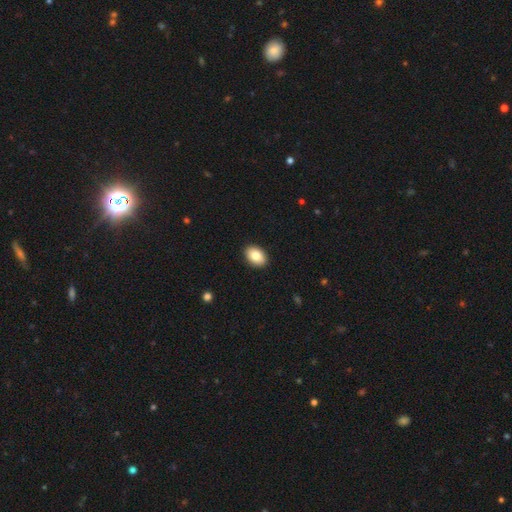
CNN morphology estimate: A smooth galaxy with no disk features (85%) that is in between round and cigar-shaped (83%).

Vote fractions:
- Smooth or featured? smooth: 85% / featured or disk: 8% / star or artifact: 7%
- How rounded? in between: 83% / round: 16% / cigar-shaped: 1%
- Merging? none: 91% / minor disturbance: 6% / major disturbance: 2% / merger: 1%